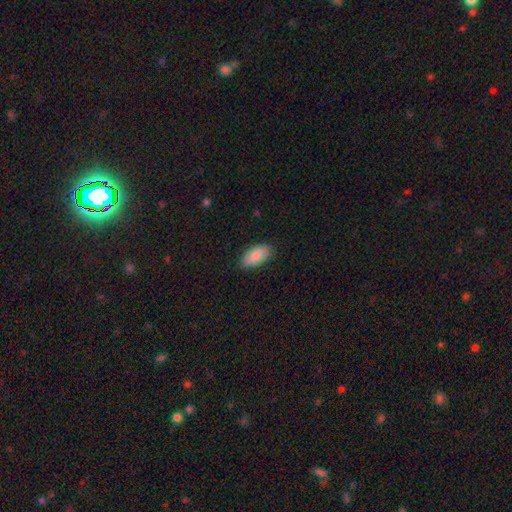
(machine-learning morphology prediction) This appears to be a smooth galaxy with no disk features (86%) that is in between round and cigar-shaped (93%). Merging: none (85%).